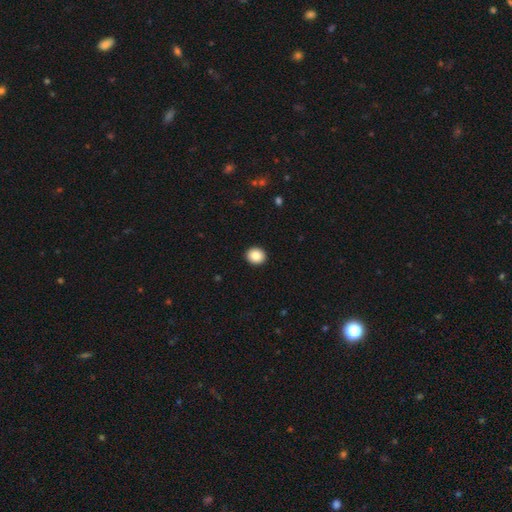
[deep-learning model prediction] Overall: smooth (86%). How rounded: round (76%). Merging: none (93%).